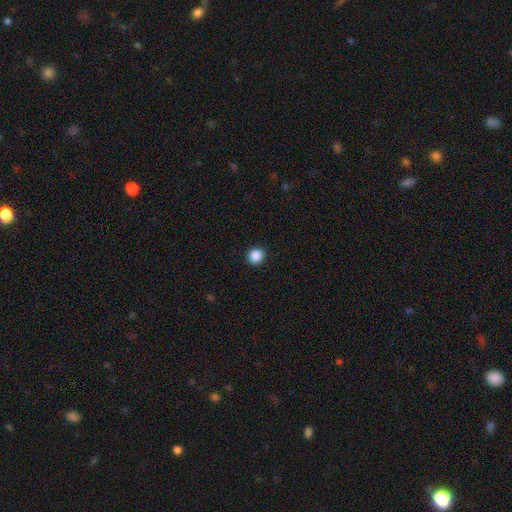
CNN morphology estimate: Smooth or featured: smooth — 88% (star or artifact — 10%)
How rounded: round — 91% (in between — 8%)
Merging: none — 92% (minor disturbance — 5%)